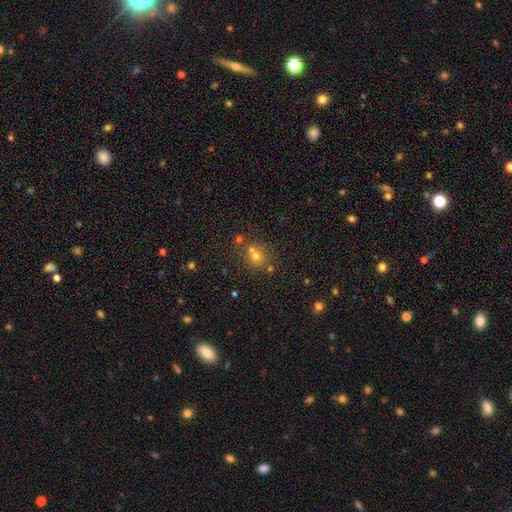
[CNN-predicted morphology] A smooth galaxy with no disk features (60%) that is round (82%). Merging: none (56%).